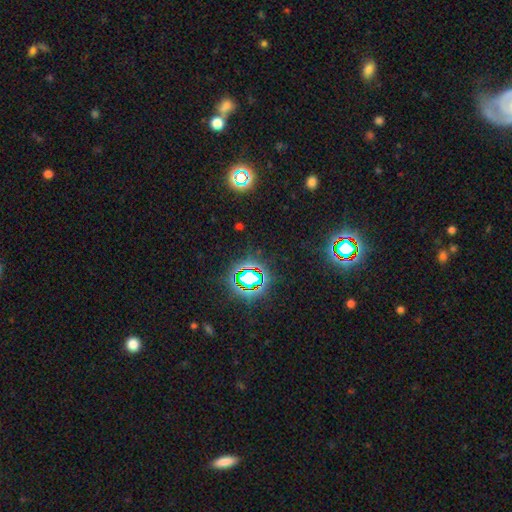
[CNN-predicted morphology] This is likely a star or artifact rather than a galaxy (78%).